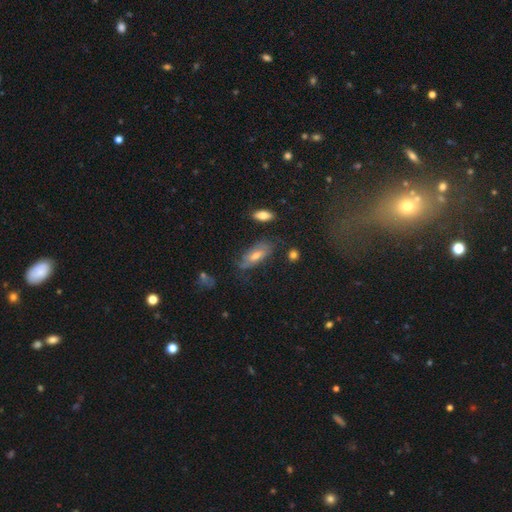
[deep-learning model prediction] Smooth or featured? Predicted: smooth (p=0.50). How rounded? Predicted: in between (p=0.71). Merging? Predicted: none (p=0.72).